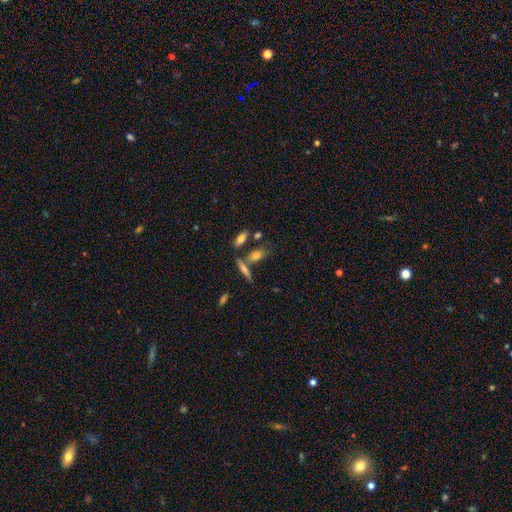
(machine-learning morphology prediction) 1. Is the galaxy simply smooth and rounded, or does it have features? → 61% smooth, 28% featured or disk, 11% star or artifact.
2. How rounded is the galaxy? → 62% in between, 31% cigar-shaped, 7% round.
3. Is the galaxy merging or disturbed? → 60% none, 24% merger, 12% minor disturbance, 4% major disturbance.